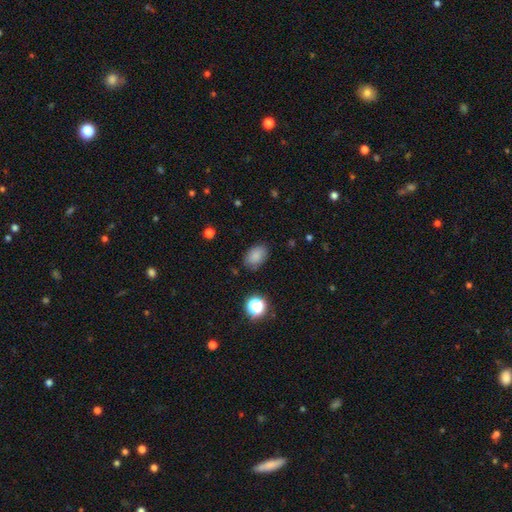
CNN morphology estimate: This is clearly a smooth galaxy (83%). How rounded: clearly in between (84%). Merging: clearly none (81%).